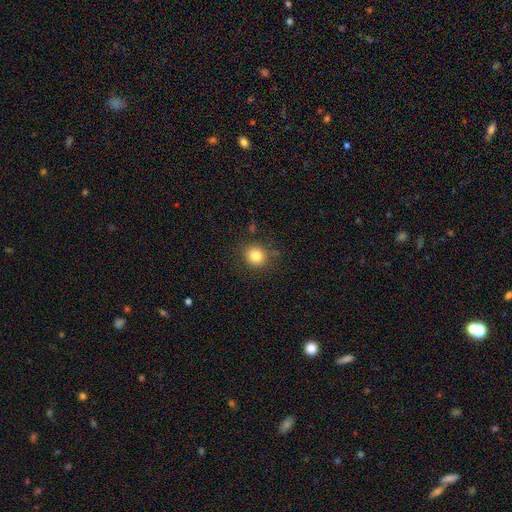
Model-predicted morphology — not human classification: smooth_or_featured: smooth (p=0.82) [alt: star or artifact p=0.11]
how_rounded: round (p=0.88) [alt: in between p=0.11]
merging: none (p=0.85) [alt: minor disturbance p=0.10]